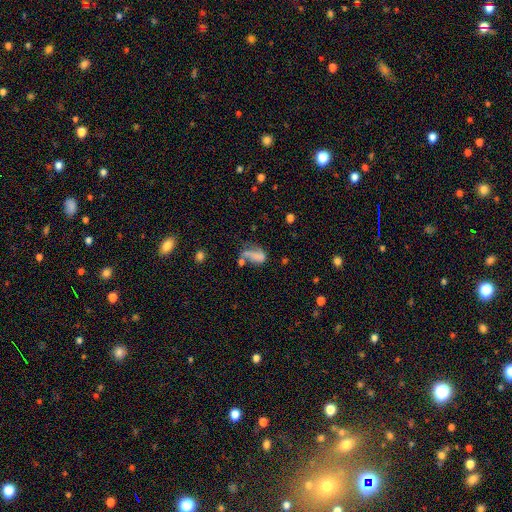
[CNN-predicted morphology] Smooth or featured? smooth (54%)
How rounded? in between (82%)
Merging? major disturbance (35%)